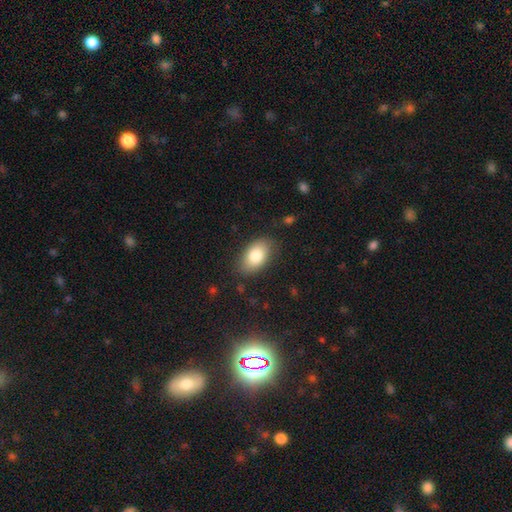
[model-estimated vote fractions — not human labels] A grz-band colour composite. It shows a smooth galaxy with no disk features (82%) that is in between round and cigar-shaped (92%). Merging: none (81%).